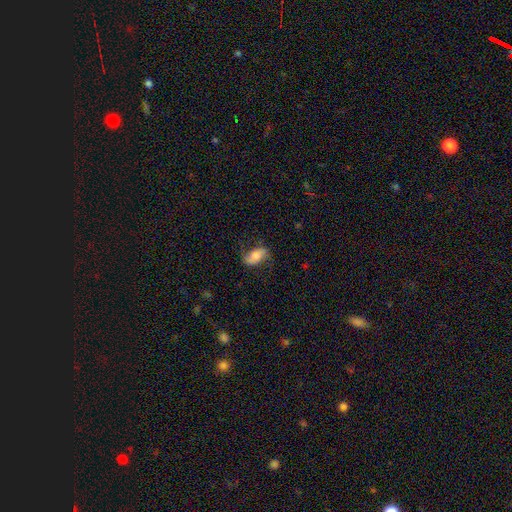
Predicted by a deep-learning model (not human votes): smooth 60%, featured or disk 32%, star or artifact 7%. Down the decision tree: how rounded — in between (89%); merging — none (70%).